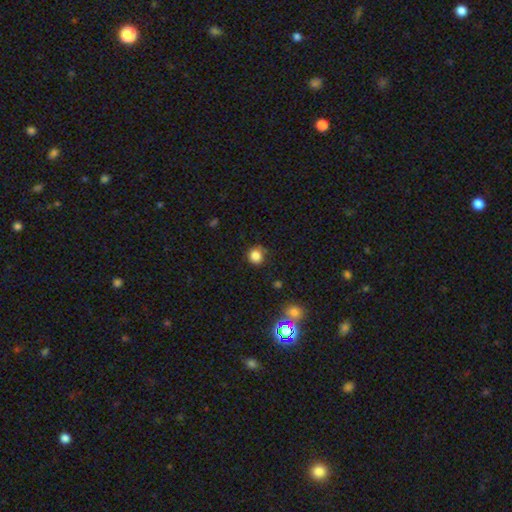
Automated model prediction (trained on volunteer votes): smooth 82%, star or artifact 13%, featured or disk 5%. Down the decision tree: how rounded — round (86%); merging — none (76%).